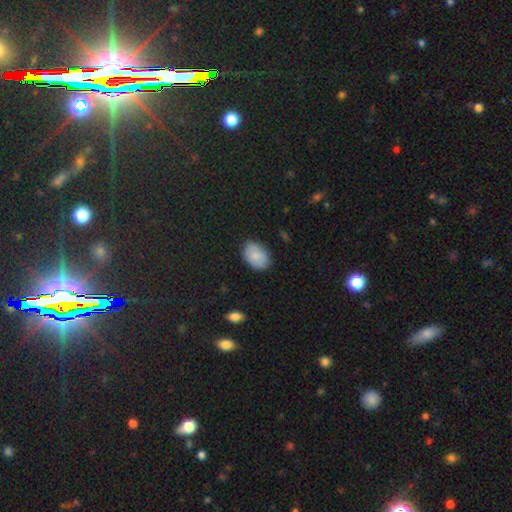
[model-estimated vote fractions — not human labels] The model was most divided on "merging": none: 82%, minor disturbance: 14%, major disturbance: 3%, merger: 1%. More confident: how rounded — in between (86%); smooth or featured — smooth (83%).